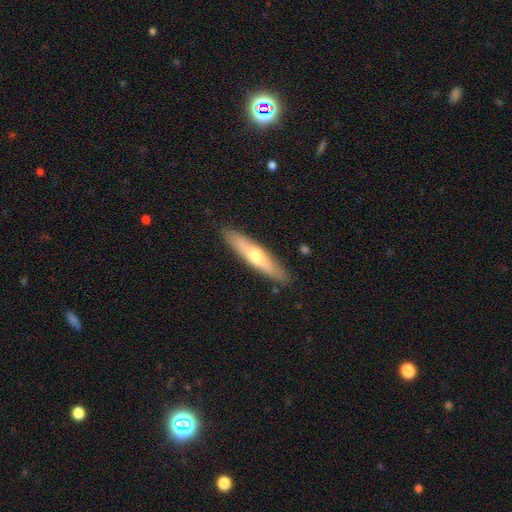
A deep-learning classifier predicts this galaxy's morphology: smooth 50%, featured or disk 44%, star or artifact 6%. Down the decision tree: how rounded — cigar-shaped (83%); merging — none (88%).